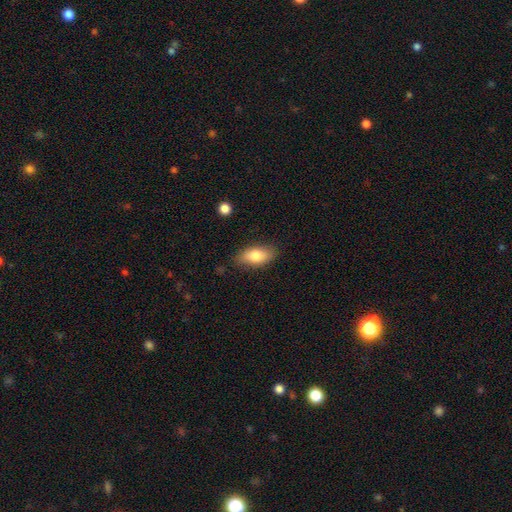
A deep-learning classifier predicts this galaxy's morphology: smooth 80%, featured or disk 14%, star or artifact 7%. Down the decision tree: how rounded — in between (87%); merging — none (83%).